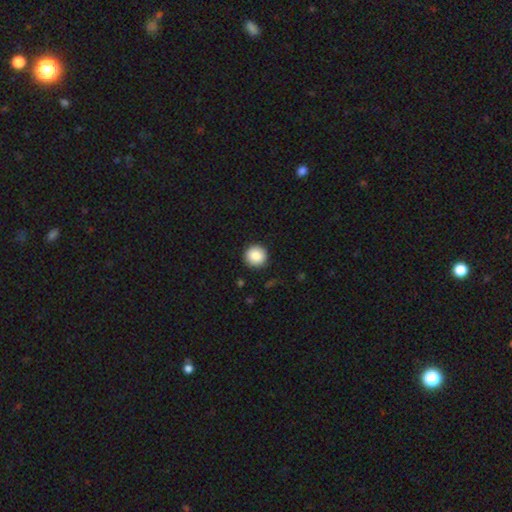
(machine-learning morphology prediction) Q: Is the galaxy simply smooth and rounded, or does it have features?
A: smooth — 88%.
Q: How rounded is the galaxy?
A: round — 95%.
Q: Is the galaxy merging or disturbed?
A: none — 91%.